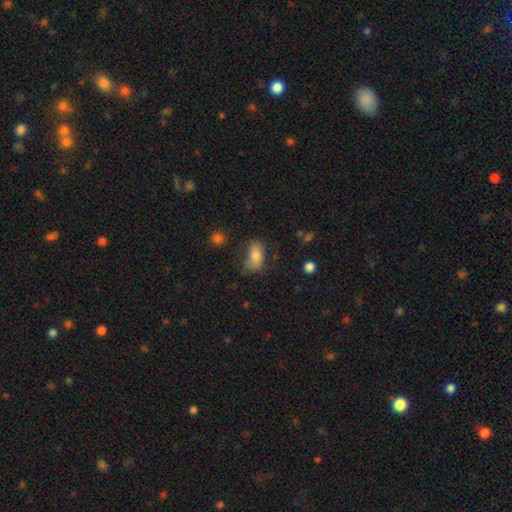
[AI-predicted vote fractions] smooth_or_featured: smooth (p=0.77) [alt: featured or disk p=0.14]
how_rounded: in between (p=0.89) [alt: round p=0.07]
merging: none (p=0.53) [alt: minor disturbance p=0.28]